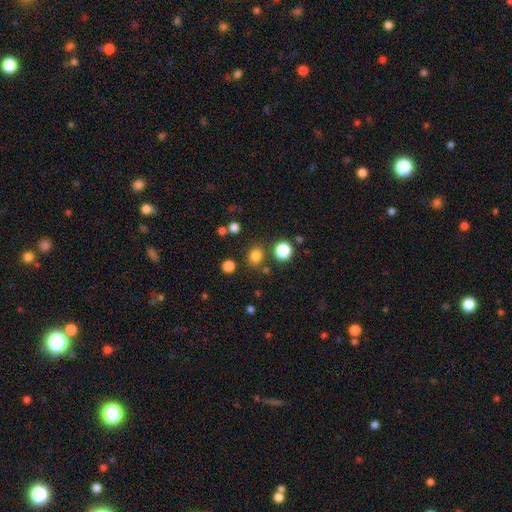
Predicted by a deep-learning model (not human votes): Q: Smooth or featured?
A: smooth (80%); runner-up: star or artifact (16%)
Q: How rounded?
A: round (73%); runner-up: in between (26%)
Q: Merging?
A: none (83%); runner-up: minor disturbance (8%)